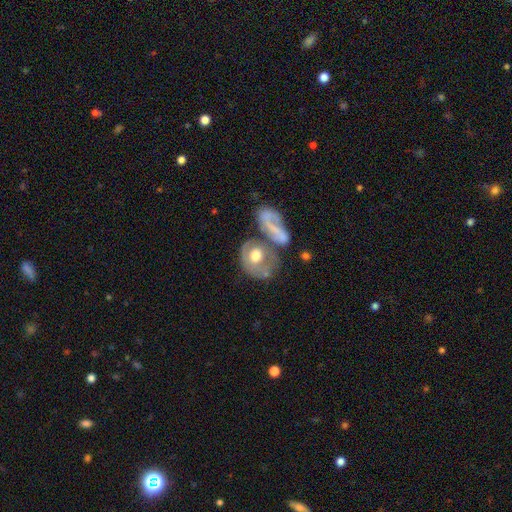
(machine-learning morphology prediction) smooth 50%, featured or disk 43%, star or artifact 7%. Down the decision tree: how rounded — in between (51%); merging — none (35%).